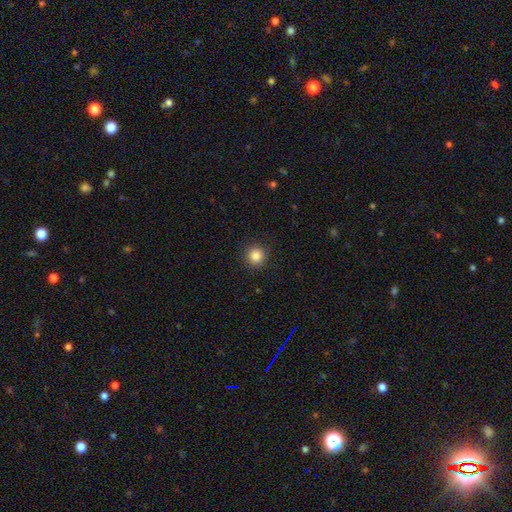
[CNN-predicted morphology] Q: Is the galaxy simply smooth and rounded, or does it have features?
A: smooth — 85%.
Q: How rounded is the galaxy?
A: round — 94%.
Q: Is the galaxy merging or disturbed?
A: none — 92%.